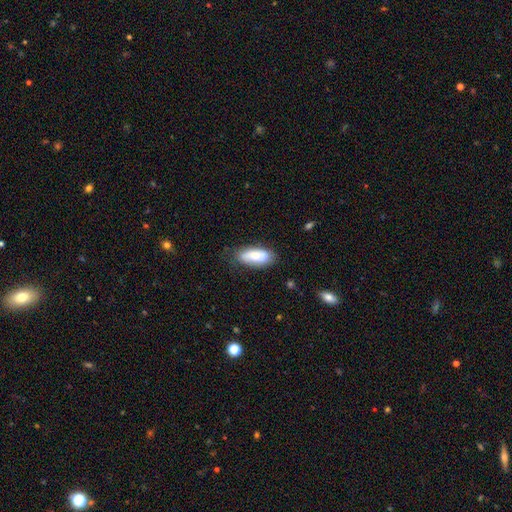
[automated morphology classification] Smooth or featured? Predicted: smooth (p=0.63). How rounded? Predicted: in between (p=0.84). Merging? Predicted: none (p=0.72).